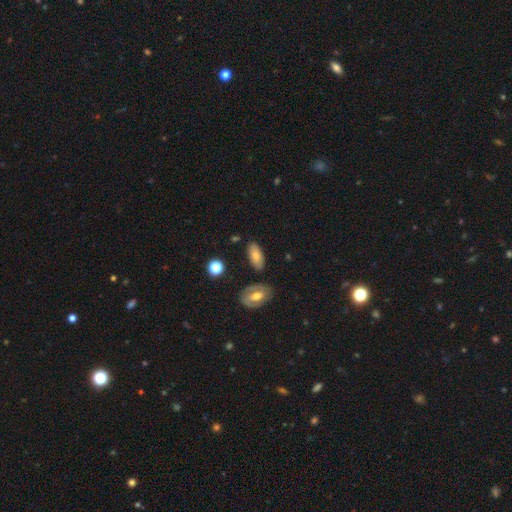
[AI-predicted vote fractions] Overall: smooth (74%). How rounded: in between (88%). Merging: none (79%).